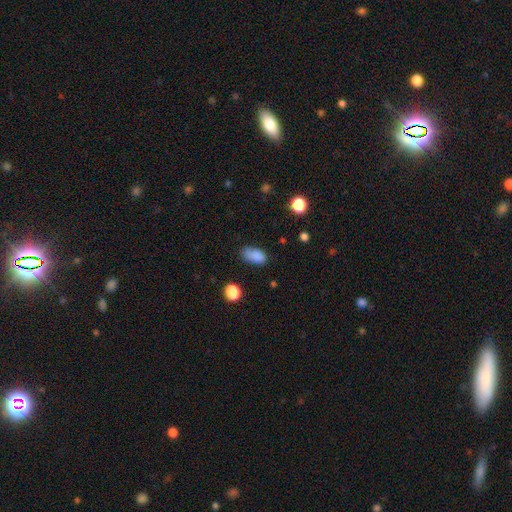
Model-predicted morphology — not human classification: A smooth galaxy with no disk features (83%) that is in between round and cigar-shaped (89%). Merging: none (55%).